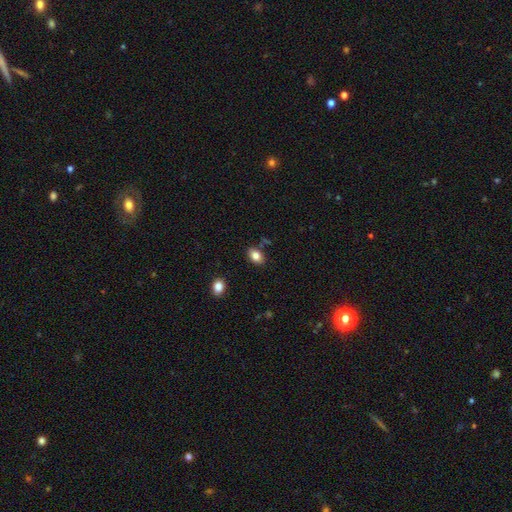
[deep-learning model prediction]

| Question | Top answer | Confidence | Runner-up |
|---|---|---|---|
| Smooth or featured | smooth | 82% | star or artifact (9%) |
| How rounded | in between | 81% | round (18%) |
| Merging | none | 83% | minor disturbance (11%) |